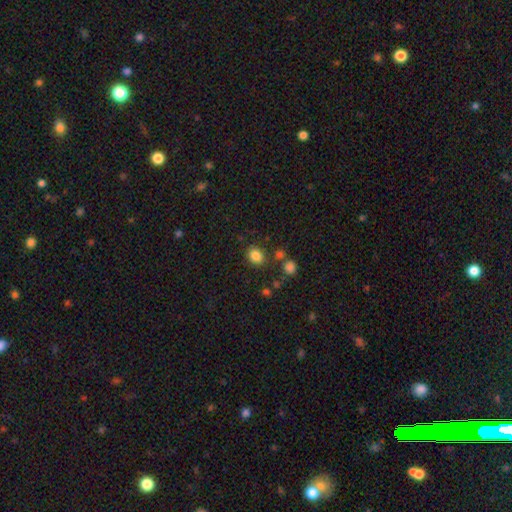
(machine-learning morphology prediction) smooth_or_featured: smooth (p=0.84) [alt: star or artifact p=0.11]
how_rounded: in between (p=0.50) [alt: round p=0.49]
merging: none (p=0.79) [alt: minor disturbance p=0.11]